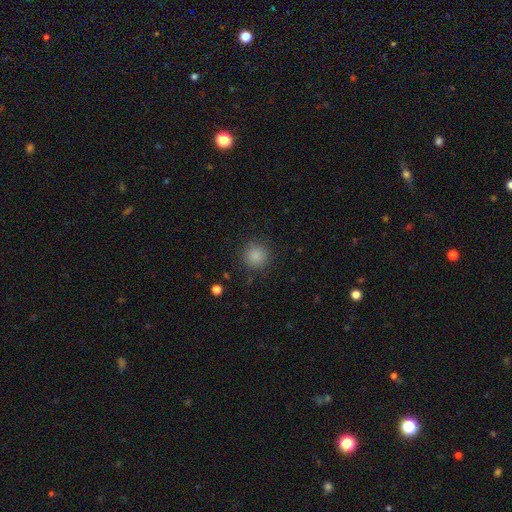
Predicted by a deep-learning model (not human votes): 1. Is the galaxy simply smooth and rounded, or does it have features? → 86% smooth, 10% star or artifact, 4% featured or disk.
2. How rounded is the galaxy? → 94% round, 5% in between, 1% cigar-shaped.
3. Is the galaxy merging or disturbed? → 88% none, 8% minor disturbance, 3% major disturbance, 1% merger.